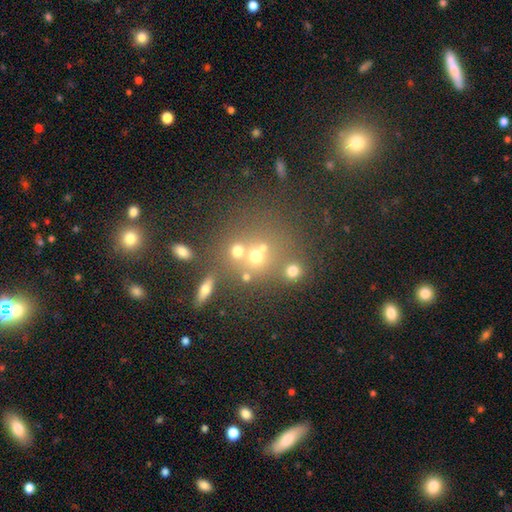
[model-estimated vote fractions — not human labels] Smooth or featured? Predicted: smooth (p=0.57). How rounded? Predicted: round (p=0.77). Merging? Predicted: none (p=0.49).